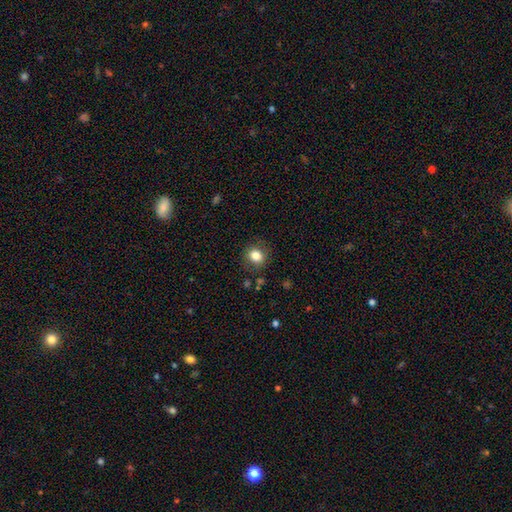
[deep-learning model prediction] Smooth or featured: smooth — 82% (star or artifact — 10%)
How rounded: round — 73% (in between — 26%)
Merging: none — 84% (minor disturbance — 11%)